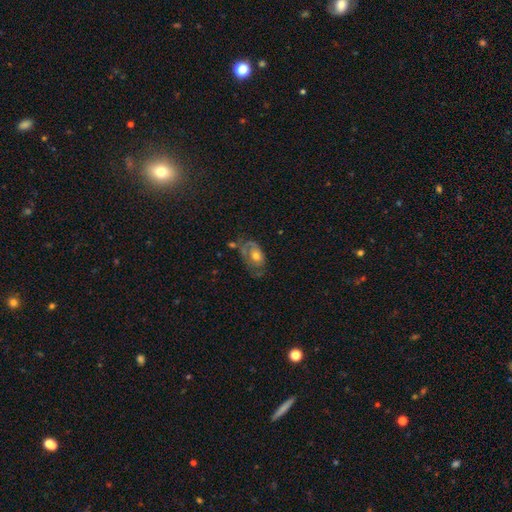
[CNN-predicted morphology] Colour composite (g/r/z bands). It shows a featured or disk galaxy (53%) with no bar (85%), spiral arms (54%) and a moderate central bulge (69%). Merging: none (41%).